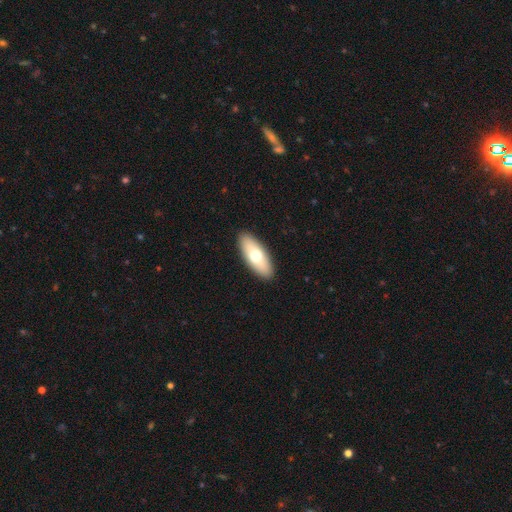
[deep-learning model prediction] smooth-or-featured: smooth: 66% | featured or disk: 28% | star or artifact: 6%
  how-rounded: in between: 76% | cigar-shaped: 21% | round: 3%
  merging: none: 91% | minor disturbance: 7% | major disturbance: 2% | merger: 1%